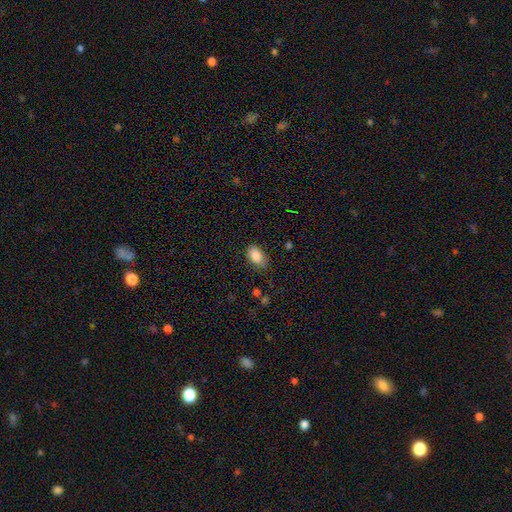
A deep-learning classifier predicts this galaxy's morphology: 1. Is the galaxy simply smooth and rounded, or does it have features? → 87% smooth, 8% star or artifact, 5% featured or disk.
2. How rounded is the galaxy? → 91% in between, 7% round, 2% cigar-shaped.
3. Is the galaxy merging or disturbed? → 75% none, 20% minor disturbance, 4% major disturbance, 1% merger.